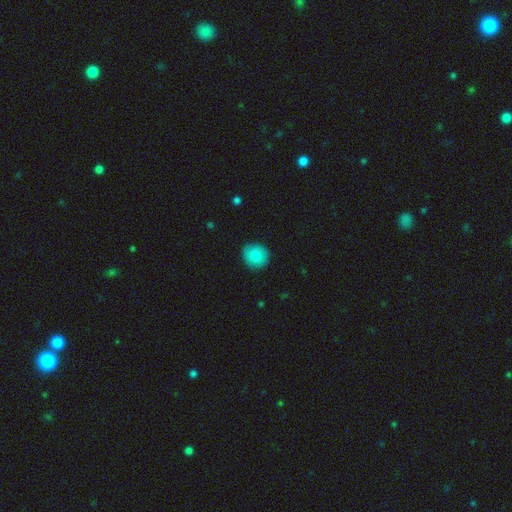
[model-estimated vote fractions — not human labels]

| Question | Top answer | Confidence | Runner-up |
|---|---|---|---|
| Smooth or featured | smooth | 82% | featured or disk (10%) |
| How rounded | round | 86% | in between (13%) |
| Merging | none | 87% | minor disturbance (10%) |